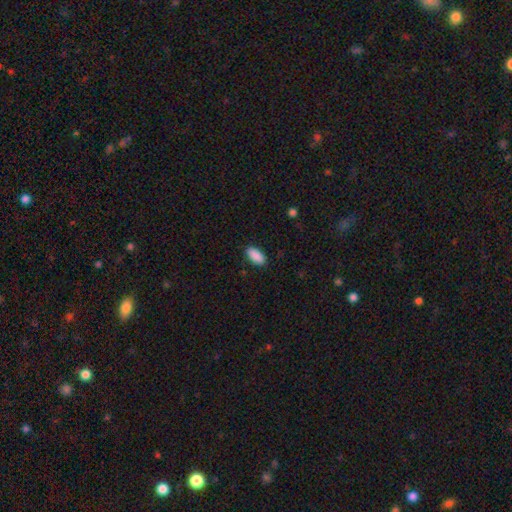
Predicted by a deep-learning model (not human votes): smooth-or-featured: smooth: 90% | star or artifact: 7% | featured or disk: 3%
  how-rounded: in between: 90% | cigar-shaped: 8% | round: 2%
  merging: none: 88% | minor disturbance: 9% | major disturbance: 2% | merger: 1%